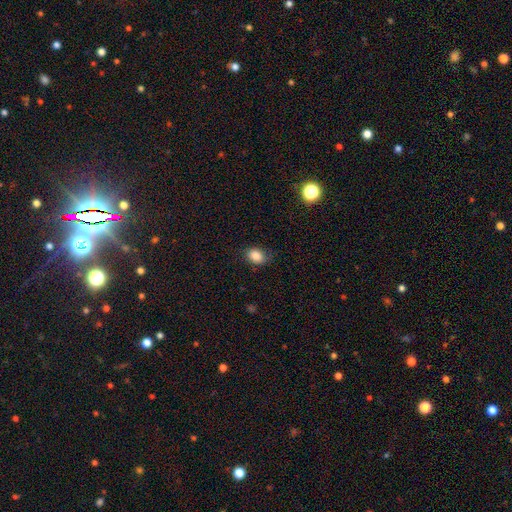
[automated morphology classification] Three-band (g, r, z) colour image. It shows a smooth galaxy with no disk features (86%) that is in between round and cigar-shaped (65%). Merging: none (78%).